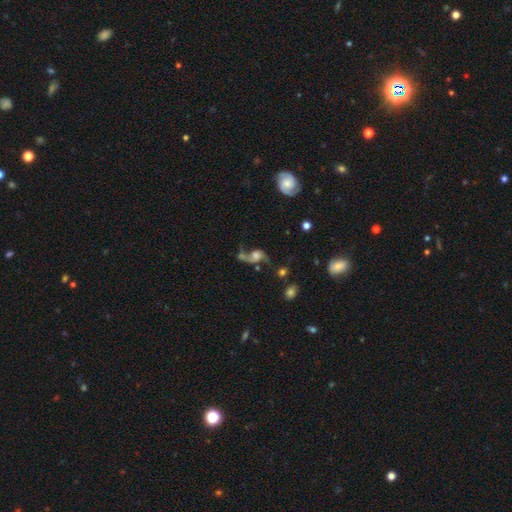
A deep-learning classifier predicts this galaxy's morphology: Smooth or featured: featured or disk — 76% (smooth — 14%)
Edge-on disk: no — 96% (yes — 4%)
Bar: no — 66% (weak — 28%)
Spiral arms: yes — 91% (no — 9%)
Spiral winding: loose — 84% (medium — 12%)
Spiral arm count: 2 — 82% (1 — 13%)
Bulge size: moderate — 41% (small — 24%)
Merging: none — 41% (major disturbance — 23%)